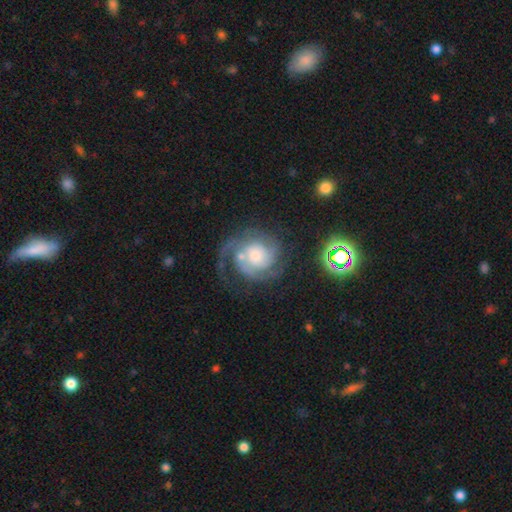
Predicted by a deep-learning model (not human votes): The model was most divided on "bulge size": moderate: 42%, small: 39%, large: 13%, none: 4%, dominant: 3%. Remaining: edge-on disk — no (98%); spiral arms — yes (96%); smooth or featured — featured or disk (83%); bar — no (74%); merging — none (59%); spiral winding — tight (49%); spiral arm count — 2 (44%).